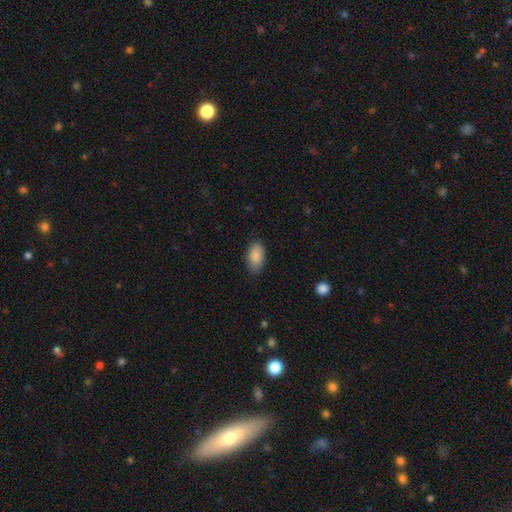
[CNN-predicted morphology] A smooth galaxy with no disk features (89%) that is in between round and cigar-shaped (94%).

Vote fractions:
- Smooth or featured? smooth: 89% / star or artifact: 6% / featured or disk: 5%
- How rounded? in between: 94% / round: 3% / cigar-shaped: 3%
- Merging? none: 83% / minor disturbance: 13% / major disturbance: 3% / merger: 1%